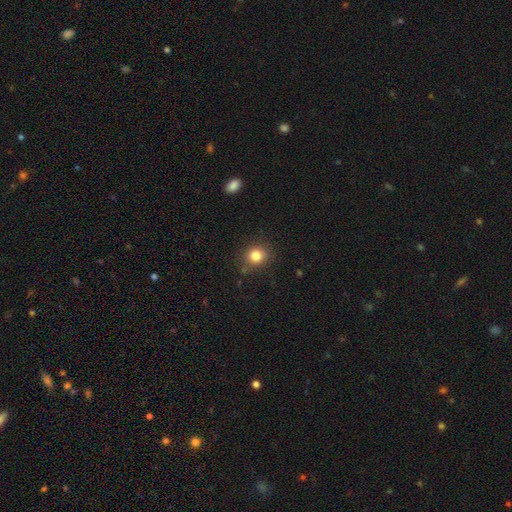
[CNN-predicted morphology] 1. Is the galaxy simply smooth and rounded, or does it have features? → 82% smooth, 12% star or artifact, 6% featured or disk.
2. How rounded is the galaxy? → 79% round, 20% in between, 1% cigar-shaped.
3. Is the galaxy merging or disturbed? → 83% none, 11% minor disturbance, 3% major disturbance, 3% merger.